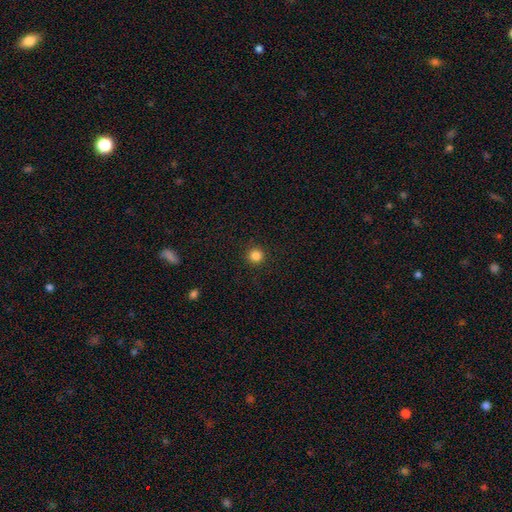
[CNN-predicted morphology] Q: Smooth or featured?
A: smooth (84%); runner-up: star or artifact (12%)
Q: How rounded?
A: round (95%); runner-up: in between (4%)
Q: Merging?
A: none (92%); runner-up: minor disturbance (5%)